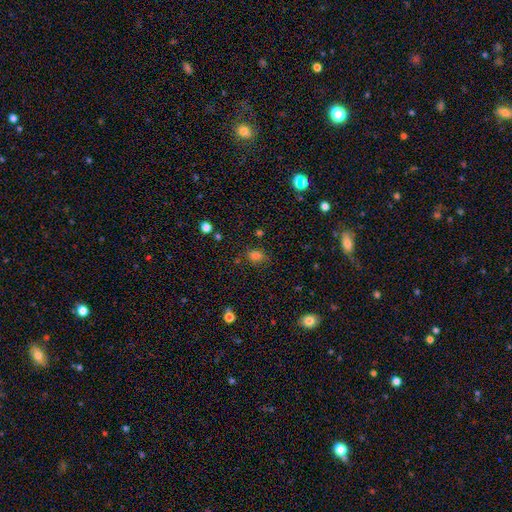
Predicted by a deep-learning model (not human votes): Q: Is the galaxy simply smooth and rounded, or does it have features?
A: smooth — 78%.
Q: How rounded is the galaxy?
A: in between — 63%.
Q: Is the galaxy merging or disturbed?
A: none — 72%.